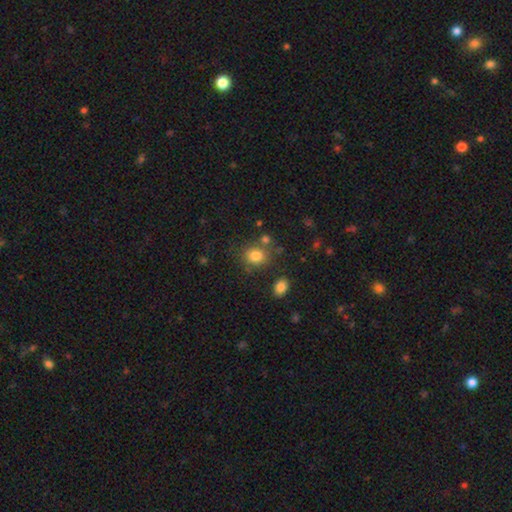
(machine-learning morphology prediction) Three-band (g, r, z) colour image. It shows a smooth galaxy with no disk features (81%) that is round (71%). Merging: none (73%).